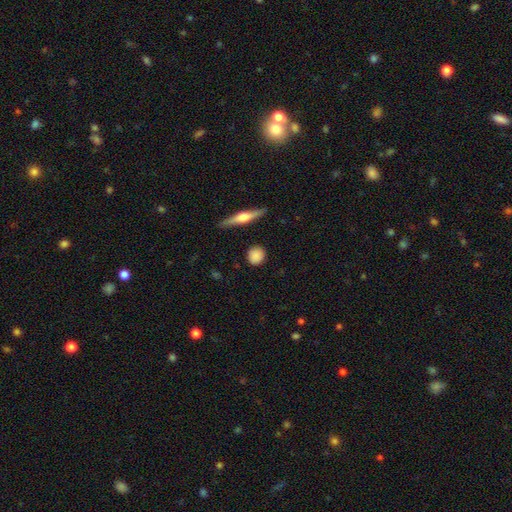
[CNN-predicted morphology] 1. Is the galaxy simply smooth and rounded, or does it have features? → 83% smooth, 9% featured or disk, 7% star or artifact.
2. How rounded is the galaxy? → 82% round, 14% in between, 4% cigar-shaped.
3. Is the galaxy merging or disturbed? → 87% none, 9% minor disturbance, 2% major disturbance, 2% merger.